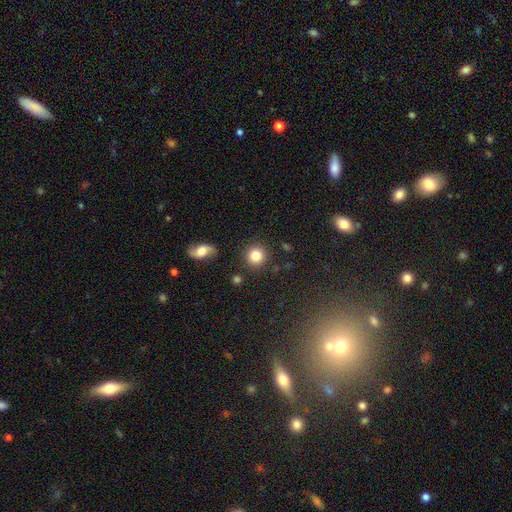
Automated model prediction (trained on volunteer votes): The model was most divided on "smooth or featured": smooth: 84%, star or artifact: 9%, featured or disk: 6%. More confident: how rounded — round (92%); merging — none (88%).